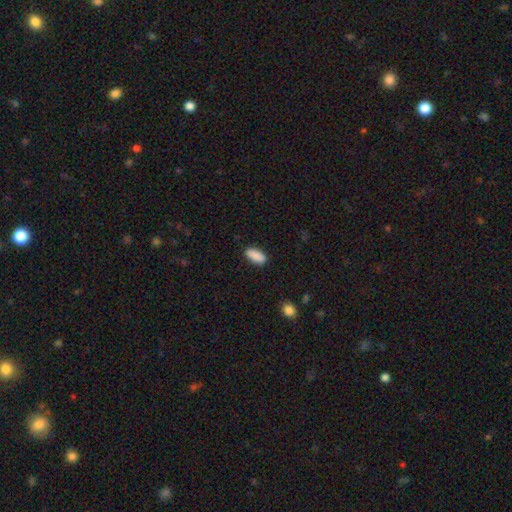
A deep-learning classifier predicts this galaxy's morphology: Smooth or featured? smooth (90%)
How rounded? in between (86%)
Merging? none (88%)